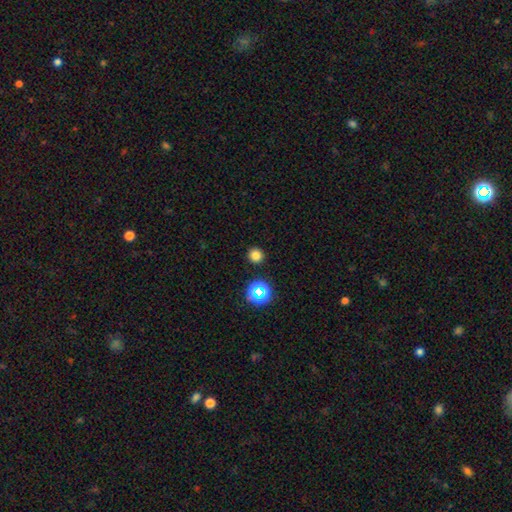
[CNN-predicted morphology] The model was most divided on "smooth or featured": smooth: 78%, star or artifact: 18%, featured or disk: 5%. More confident: how rounded — round (94%); merging — none (92%).